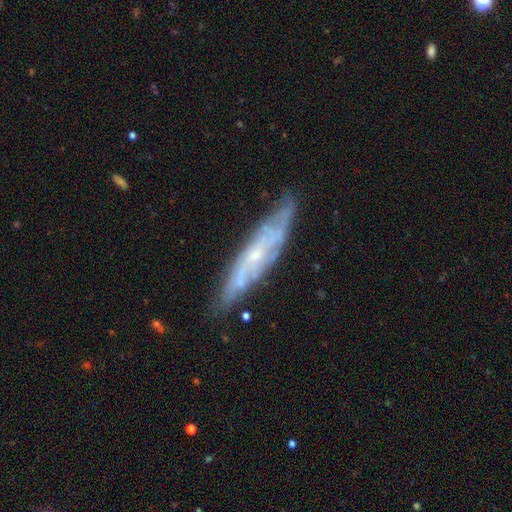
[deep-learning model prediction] This appears to be a featured or disk galaxy (73%) with not edge-on (50%, tied with yes). Merging: none (75%).